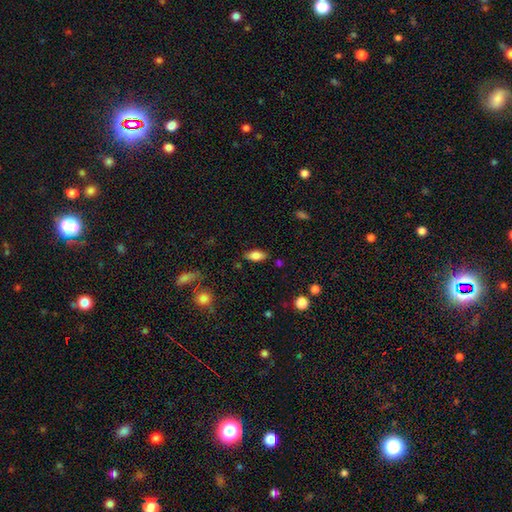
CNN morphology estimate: This appears to be a smooth galaxy with no disk features (79%) that is in between round and cigar-shaped (86%). Merging: none (83%).